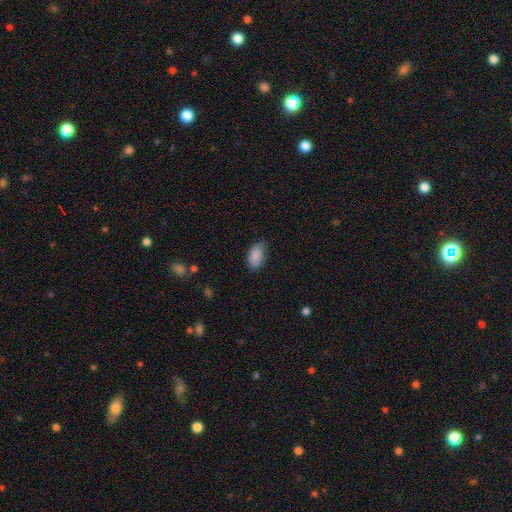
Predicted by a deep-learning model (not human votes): Morphology: type=smooth (89%); roundness=in between (93%); merging=none (70%).